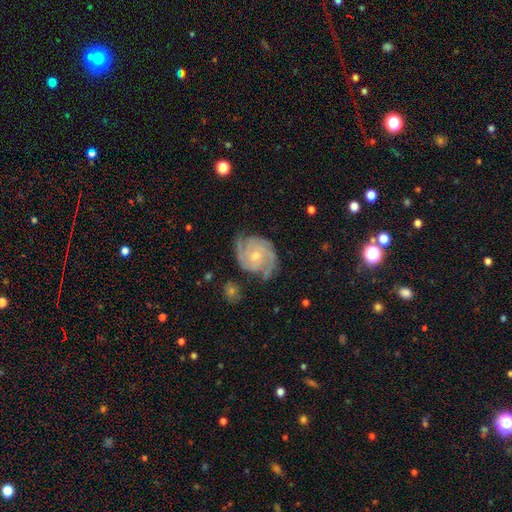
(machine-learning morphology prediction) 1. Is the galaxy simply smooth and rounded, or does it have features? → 88% featured or disk, 7% smooth, 5% star or artifact.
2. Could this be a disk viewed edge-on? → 98% no, 2% yes.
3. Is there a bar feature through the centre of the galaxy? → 69% no, 26% weak, 5% strong.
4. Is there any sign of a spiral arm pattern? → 97% yes, 3% no.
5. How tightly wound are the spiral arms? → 58% tight, 34% medium, 7% loose.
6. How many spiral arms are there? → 40% 2, 28% 3, 14% can't tell, 8% 4, 5% 1, 5% more than 4.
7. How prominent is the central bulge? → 61% small, 35% moderate, 1% none, 1% large, 1% dominant.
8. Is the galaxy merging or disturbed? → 72% none, 19% minor disturbance, 7% major disturbance, 2% merger.